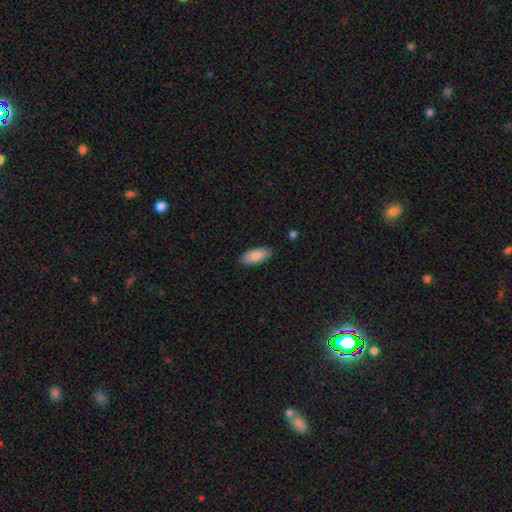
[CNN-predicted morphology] Smooth or featured? Predicted: smooth (p=0.84). How rounded? Predicted: in between (p=0.88). Merging? Predicted: none (p=0.86).